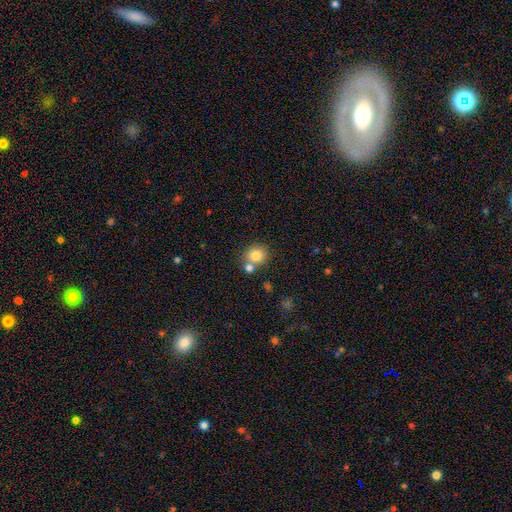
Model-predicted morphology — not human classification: Overall: smooth (80%). How rounded: round (84%). Merging: none (60%; merger 27%).